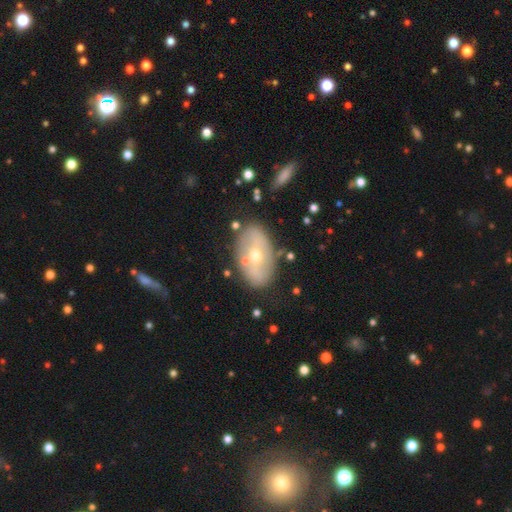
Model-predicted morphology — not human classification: Q: Smooth or featured?
A: featured or disk (54%); runner-up: smooth (38%)
Q: Edge-on disk?
A: no (87%); runner-up: yes (13%)
Q: Merging?
A: none (77%); runner-up: minor disturbance (14%)